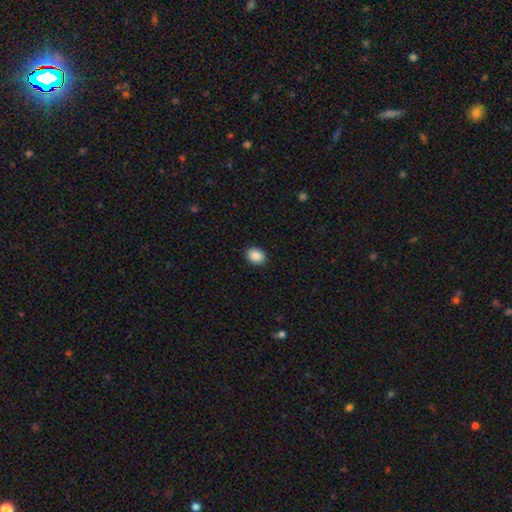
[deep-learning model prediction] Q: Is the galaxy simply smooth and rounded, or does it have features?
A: smooth — 89%.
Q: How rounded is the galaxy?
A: in between — 56%.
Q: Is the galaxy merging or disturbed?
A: none — 89%.